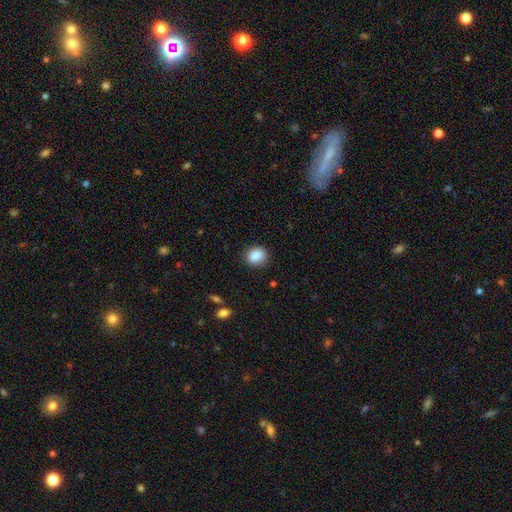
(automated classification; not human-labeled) smooth-or-featured: smooth: 87% | star or artifact: 9% | featured or disk: 4%
  how-rounded: round: 64% | in between: 35% | cigar-shaped: 1%
  merging: none: 85% | minor disturbance: 11% | major disturbance: 3% | merger: 1%